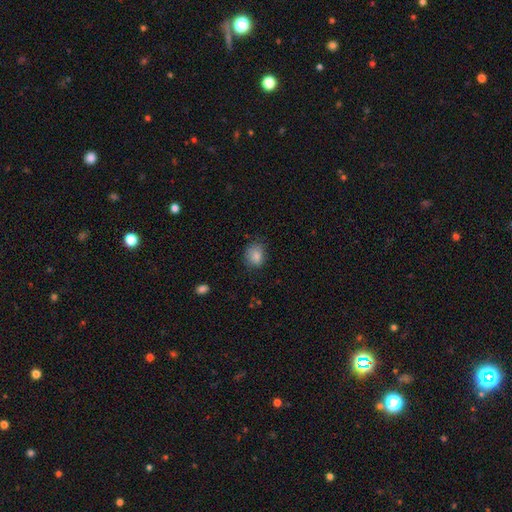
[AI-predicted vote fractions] A smooth galaxy with no disk features (85%) that is round (58%). Merging: none (71%).